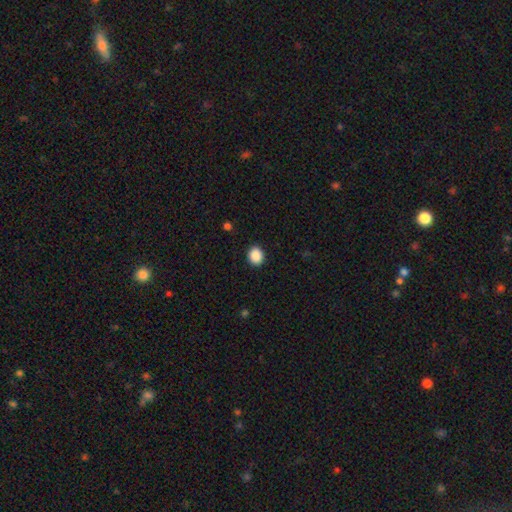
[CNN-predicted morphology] Overall: smooth (89%). How rounded: round (66%; in between 33%). Merging: none (91%).